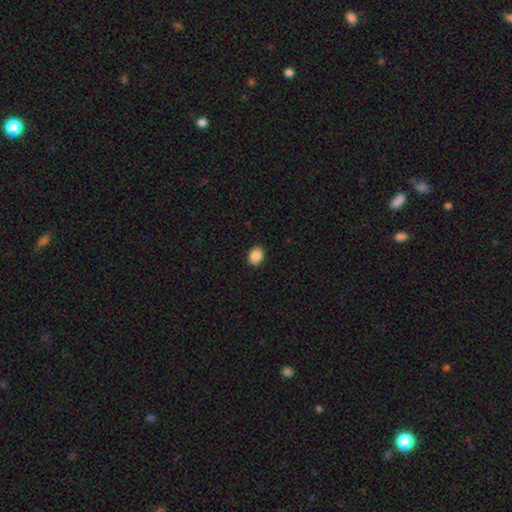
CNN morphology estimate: A smooth galaxy with no disk features (87%) that is in between round and cigar-shaped (53%).

Vote fractions:
- Smooth or featured? smooth: 87% / star or artifact: 9% / featured or disk: 4%
- How rounded? in between: 53% / round: 47% / cigar-shaped: 1%
- Merging? none: 91% / minor disturbance: 7% / major disturbance: 2% / merger: 1%